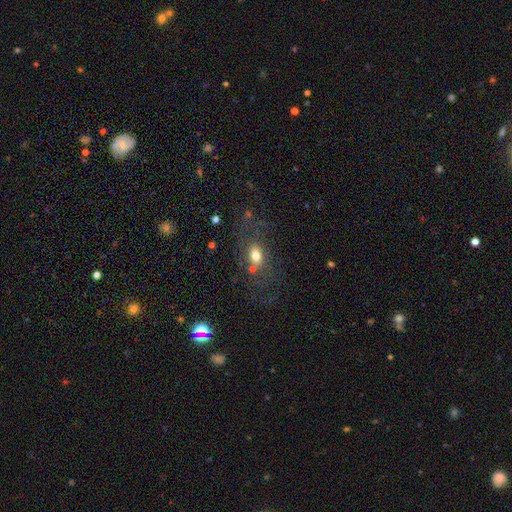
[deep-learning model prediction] A smooth galaxy with no disk features (62%) that is in between round and cigar-shaped (79%).

Vote fractions:
- Smooth or featured? smooth: 62% / featured or disk: 26% / star or artifact: 12%
- How rounded? in between: 79% / round: 17% / cigar-shaped: 4%
- Merging? none: 59% / minor disturbance: 18% / major disturbance: 17% / merger: 6%